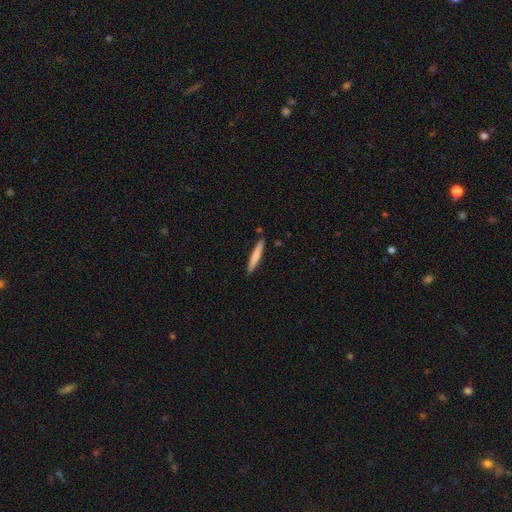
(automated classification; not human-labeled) smooth-or-featured: smooth: 73% | featured or disk: 22% | star or artifact: 5%
  how-rounded: cigar-shaped: 95% | in between: 4% | round: 1%
  merging: none: 89% | minor disturbance: 8% | merger: 2% | major disturbance: 1%